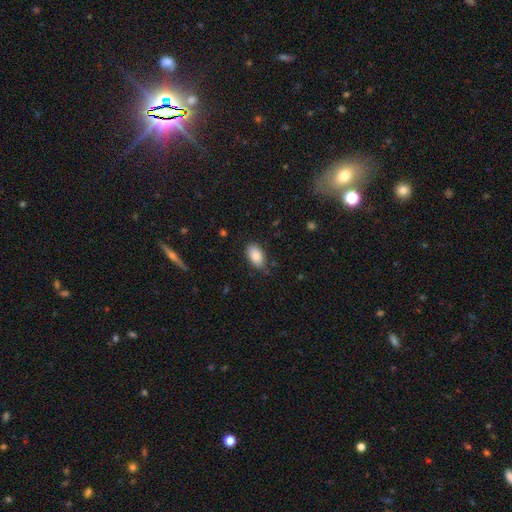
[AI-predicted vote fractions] This appears to be a smooth galaxy with no disk features (85%) that is in between round and cigar-shaped (93%). Merging: none (75%).